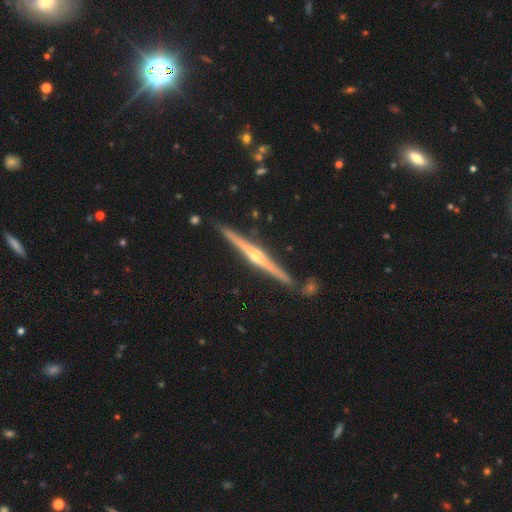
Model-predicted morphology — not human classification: Smooth or featured? featured or disk (86%)
Edge-on disk? yes (98%)
Edge-on bulge? rounded (90%)
Merging? none (87%)